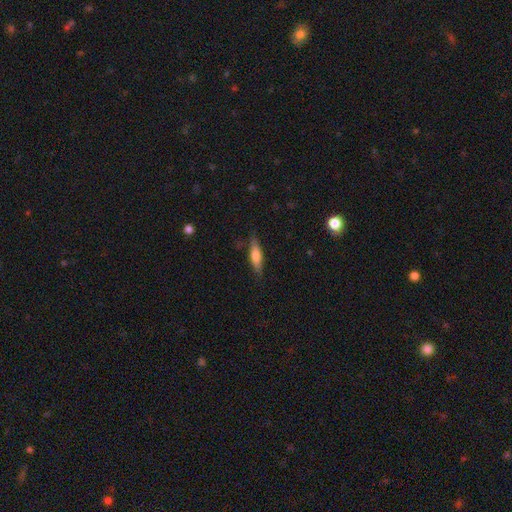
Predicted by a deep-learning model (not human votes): smooth_or_featured: smooth (p=0.58) [alt: featured or disk p=0.35]
how_rounded: cigar-shaped (p=0.72) [alt: in between p=0.26]
merging: none (p=0.82) [alt: minor disturbance p=0.14]